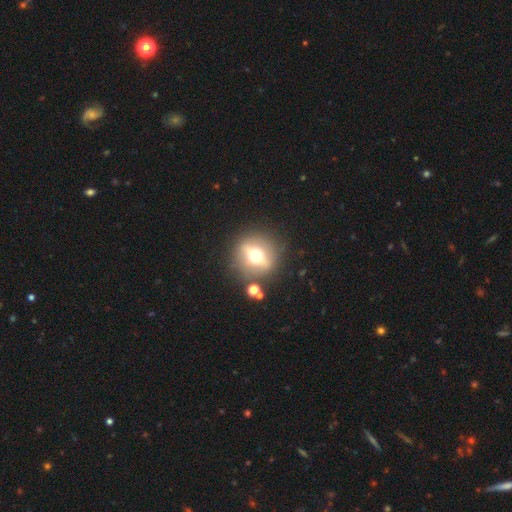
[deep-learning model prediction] Smooth or featured?
  - featured or disk: 54% *
  - smooth: 34%
  - star or artifact: 12%
Edge-on disk?
  - no: 51% *
  - yes: 49%
Merging?
  - none: 83% *
  - minor disturbance: 9%
  - major disturbance: 4%
  - merger: 4%